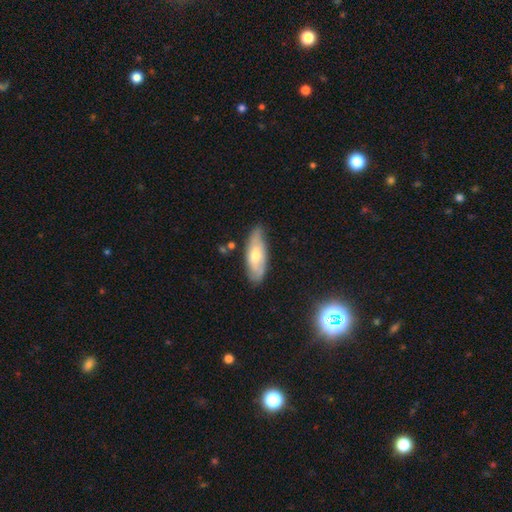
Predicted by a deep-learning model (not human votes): Smooth or featured? smooth (48%)
Merging? none (72%)